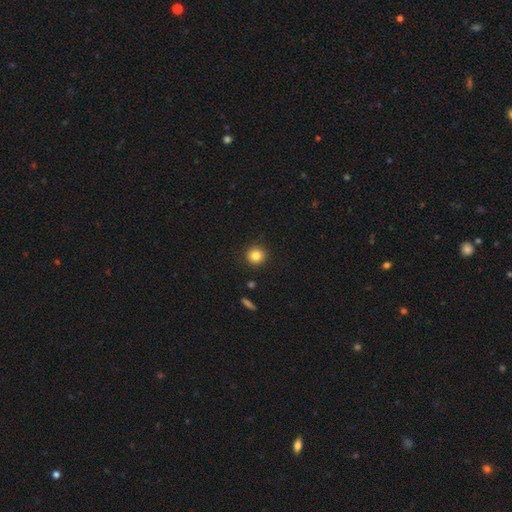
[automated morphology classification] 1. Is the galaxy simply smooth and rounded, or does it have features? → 84% smooth, 10% star or artifact, 6% featured or disk.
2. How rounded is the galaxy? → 93% round, 6% in between, 1% cigar-shaped.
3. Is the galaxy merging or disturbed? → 91% none, 6% minor disturbance, 2% major disturbance, 1% merger.